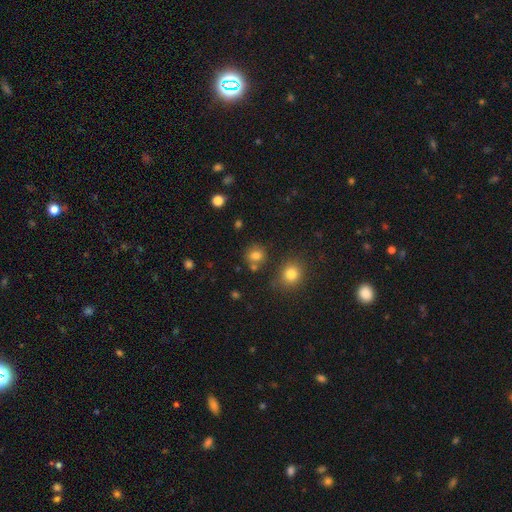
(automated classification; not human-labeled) smooth_or_featured: smooth (p=0.79) [alt: star or artifact p=0.14]
how_rounded: round (p=0.82) [alt: in between p=0.17]
merging: none (p=0.74) [alt: merger p=0.12]